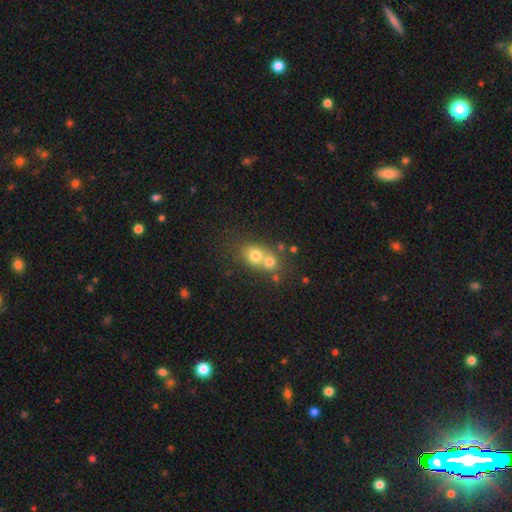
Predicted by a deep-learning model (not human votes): A smooth galaxy with no disk features (71%) that is round (71%). Merging: merger (62%).